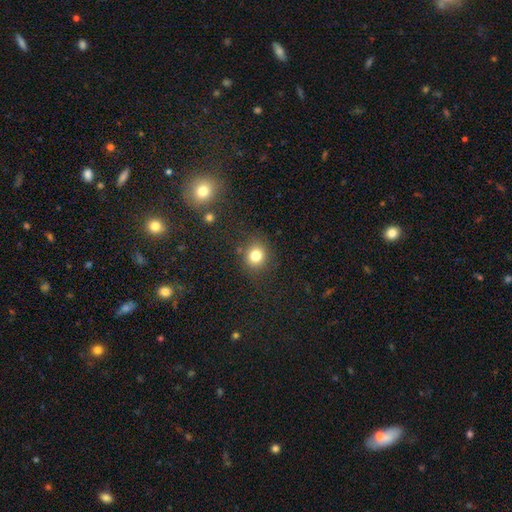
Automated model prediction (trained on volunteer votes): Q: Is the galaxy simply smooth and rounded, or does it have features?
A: smooth — 80%.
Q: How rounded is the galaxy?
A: round — 80%.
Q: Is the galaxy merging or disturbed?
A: none — 82%.